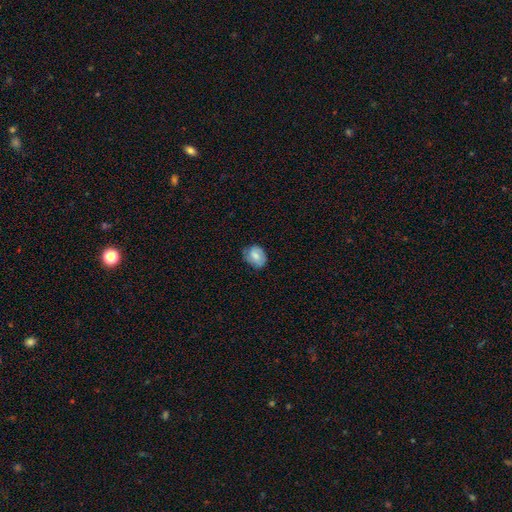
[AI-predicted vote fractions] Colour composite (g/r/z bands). It shows a smooth galaxy with no disk features (69%) that is in between round and cigar-shaped (56%). Merging: none (65%).